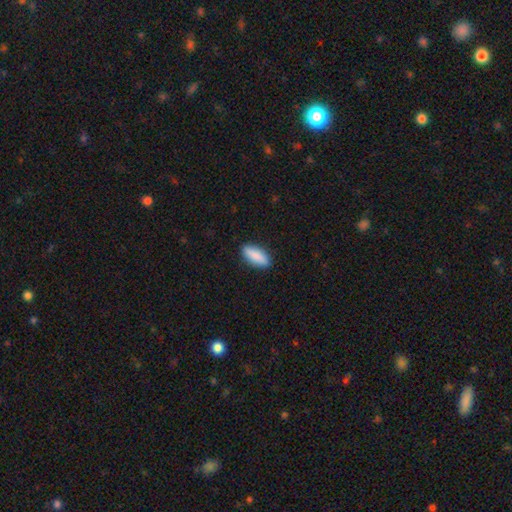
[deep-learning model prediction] Smooth or featured? smooth (86%)
How rounded? in between (69%)
Merging? none (89%)